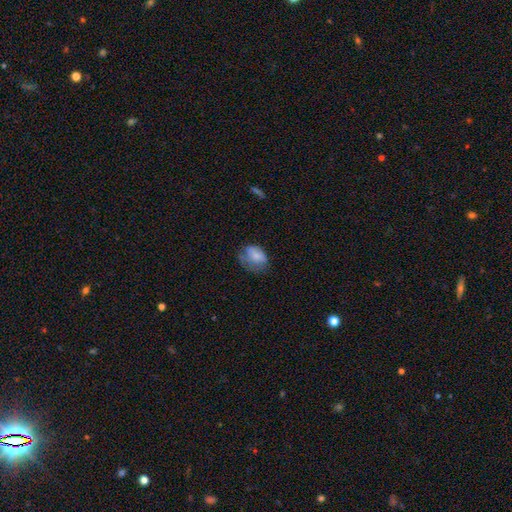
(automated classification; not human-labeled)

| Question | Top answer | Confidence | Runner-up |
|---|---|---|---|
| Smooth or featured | smooth | 71% | featured or disk (20%) |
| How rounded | in between | 69% | round (29%) |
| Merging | none | 41% | minor disturbance (34%) |